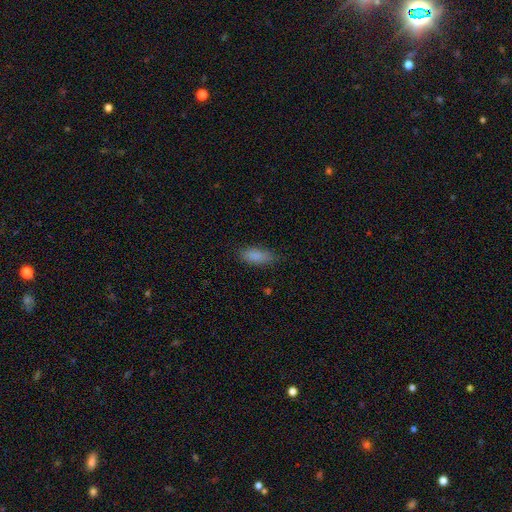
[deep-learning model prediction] smooth-or-featured: smooth: 86% | star or artifact: 8% | featured or disk: 6%
  how-rounded: in between: 81% | cigar-shaped: 17% | round: 2%
  merging: none: 80% | minor disturbance: 16% | major disturbance: 4% | merger: 1%